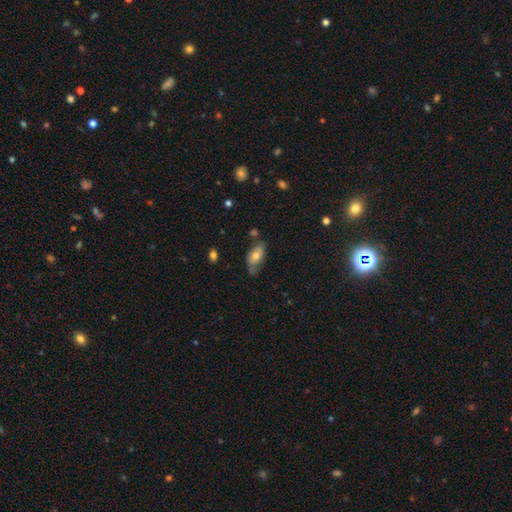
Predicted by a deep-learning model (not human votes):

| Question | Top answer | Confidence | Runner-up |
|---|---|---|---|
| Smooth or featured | smooth | 61% | featured or disk (32%) |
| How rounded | in between | 89% | cigar-shaped (7%) |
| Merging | none | 54% | minor disturbance (32%) |